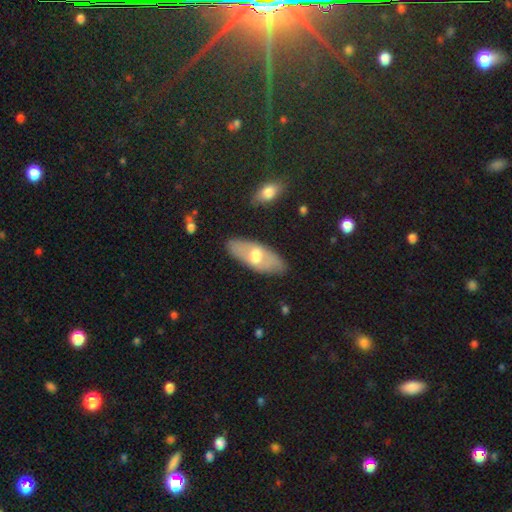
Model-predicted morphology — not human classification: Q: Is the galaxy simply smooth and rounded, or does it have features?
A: smooth — 50%.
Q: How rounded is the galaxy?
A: in between — 80%.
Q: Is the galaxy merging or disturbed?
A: none — 83%.